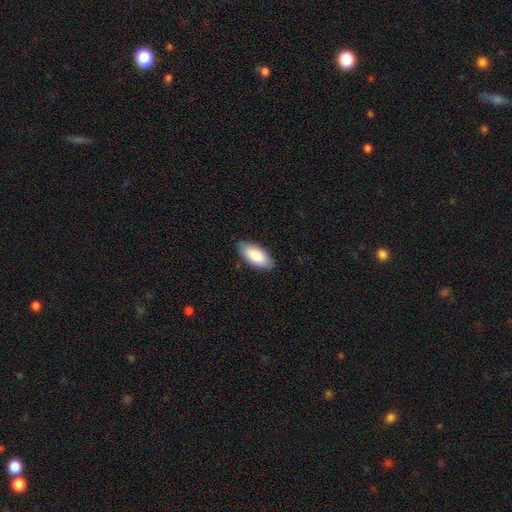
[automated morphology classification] smooth_or_featured: smooth (p=0.88) [alt: featured or disk p=0.07]
how_rounded: in between (p=0.90) [alt: cigar-shaped p=0.08]
merging: none (p=0.85) [alt: minor disturbance p=0.12]